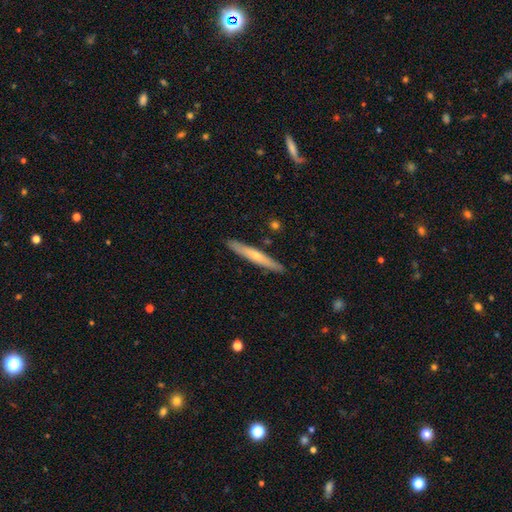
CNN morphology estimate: Smooth or featured? Predicted: smooth (p=0.50). How rounded? Predicted: cigar-shaped (p=0.95). Merging? Predicted: none (p=0.90).